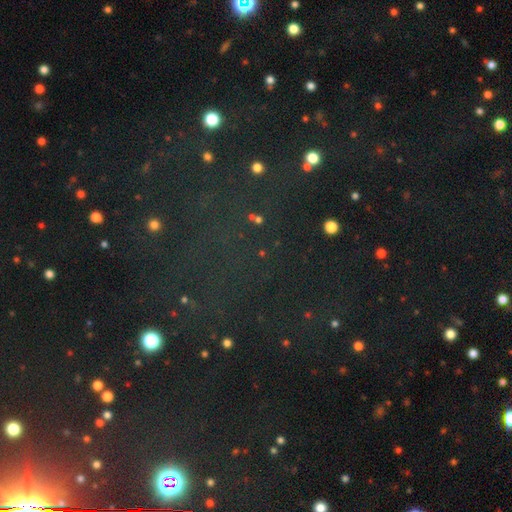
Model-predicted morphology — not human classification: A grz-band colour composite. It shows a star or artifact, not a galaxy (72%).